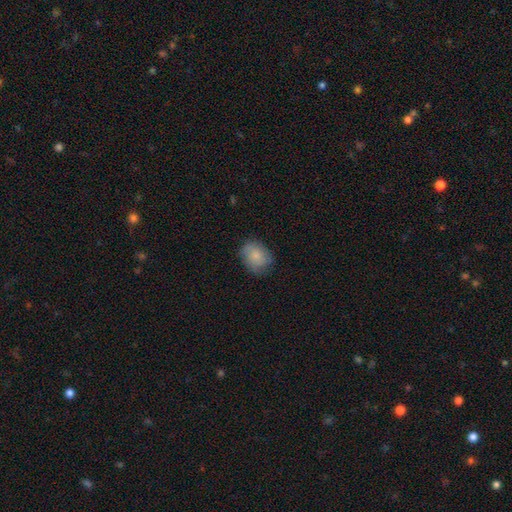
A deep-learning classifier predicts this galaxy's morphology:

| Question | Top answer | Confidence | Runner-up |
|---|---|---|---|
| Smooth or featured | smooth | 76% | featured or disk (17%) |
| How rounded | in between | 50% | round (49%) |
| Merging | none | 73% | minor disturbance (21%) |